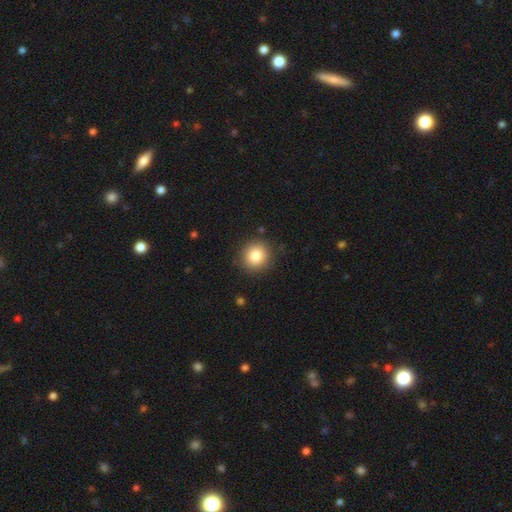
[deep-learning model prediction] smooth 83%, star or artifact 10%, featured or disk 7%. Down the decision tree: how rounded — round (91%); merging — none (89%).